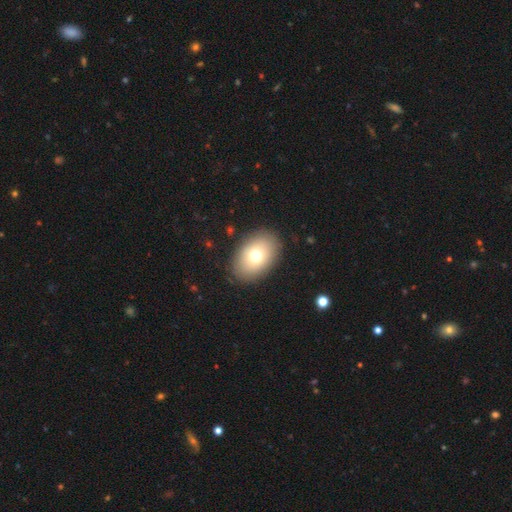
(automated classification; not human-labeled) smooth-or-featured: smooth: 72% | featured or disk: 18% | star or artifact: 9%
  how-rounded: in between: 82% | round: 17% | cigar-shaped: 1%
  merging: none: 87% | minor disturbance: 9% | major disturbance: 3% | merger: 1%